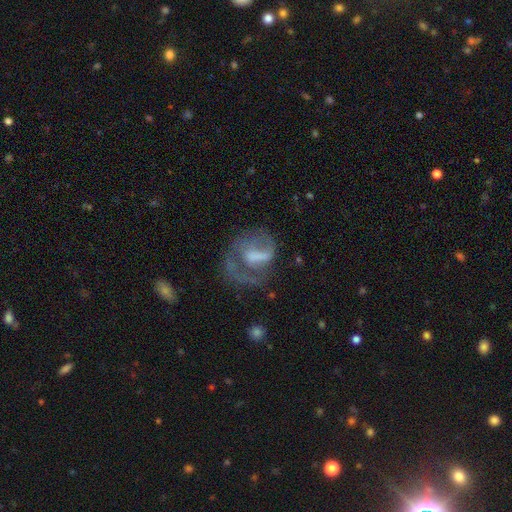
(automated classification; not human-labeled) smooth-or-featured: featured or disk: 67% | smooth: 24% | star or artifact: 10%
  disk-edge-on: no: 97% | yes: 3%
    bar: weak: 39% | no: 35% | strong: 26%
    has-spiral-arms: yes: 67% | no: 33%
    bulge-size: none: 38% | moderate: 27% | small: 19% | large: 13% | dominant: 2%
  merging: major disturbance: 43% | none: 36% | minor disturbance: 18% | merger: 4%